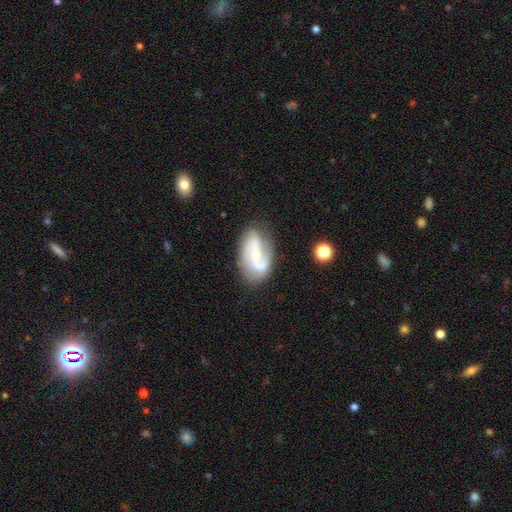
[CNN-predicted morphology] featured or disk 77%, smooth 16%, star or artifact 7%. Down the decision tree: edge-on disk — no (96%); bar — no (43%); spiral arms — yes (92%); spiral arm count — 2 (77%); spiral winding — medium (44%); bulge size — small (59%); merging — none (69%).